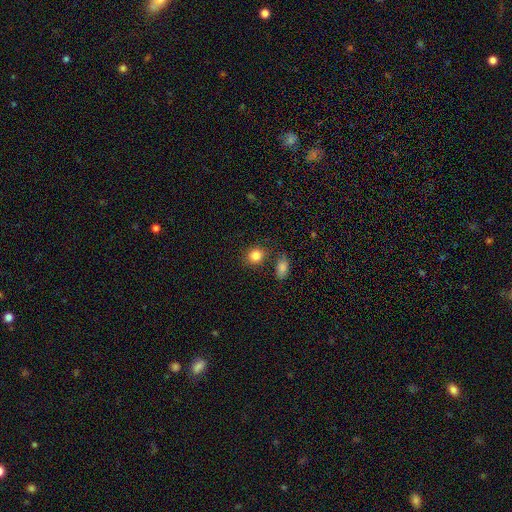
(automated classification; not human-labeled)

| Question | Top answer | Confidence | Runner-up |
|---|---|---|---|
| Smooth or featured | smooth | 85% | star or artifact (10%) |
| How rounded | round | 72% | in between (27%) |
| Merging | none | 75% | minor disturbance (11%) |